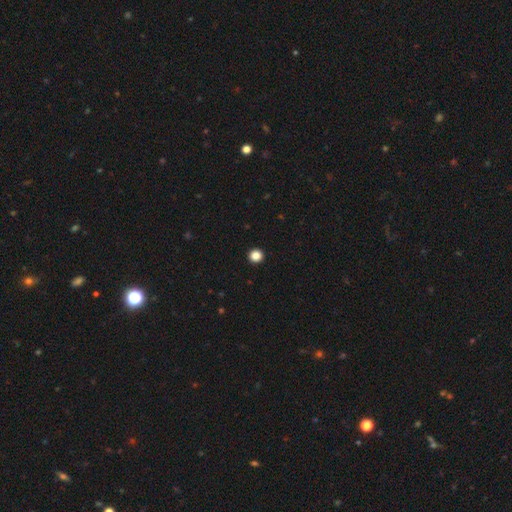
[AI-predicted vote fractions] Smooth or featured?
  - smooth: 86% *
  - star or artifact: 11%
  - featured or disk: 3%
How rounded?
  - round: 94% *
  - in between: 5%
  - cigar-shaped: 1%
Merging?
  - none: 94% *
  - minor disturbance: 3%
  - major disturbance: 1%
  - merger: 1%